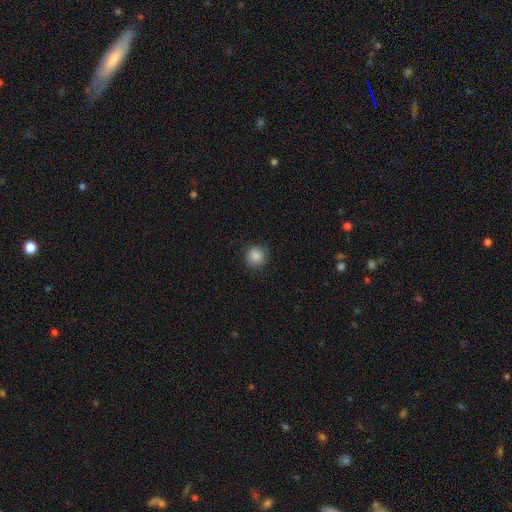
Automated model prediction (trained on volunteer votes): Smooth or featured?
  - smooth: 86% *
  - star or artifact: 10%
  - featured or disk: 4%
How rounded?
  - round: 92% *
  - in between: 7%
  - cigar-shaped: 1%
Merging?
  - none: 88% *
  - minor disturbance: 9%
  - major disturbance: 2%
  - merger: 1%